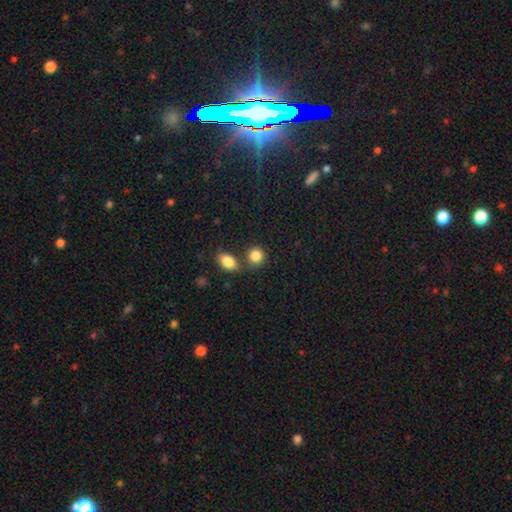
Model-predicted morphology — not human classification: Smooth or featured? Predicted: smooth (p=0.85). How rounded? Predicted: round (p=0.78). Merging? Predicted: none (p=0.63).